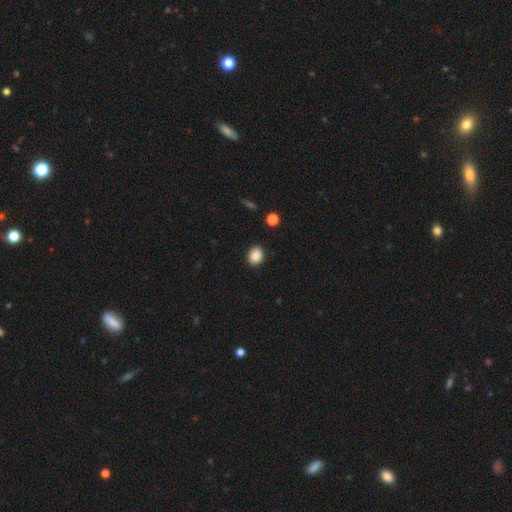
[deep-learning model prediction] This appears to be a smooth galaxy with no disk features (88%) that is round (65%). Merging: none (89%).